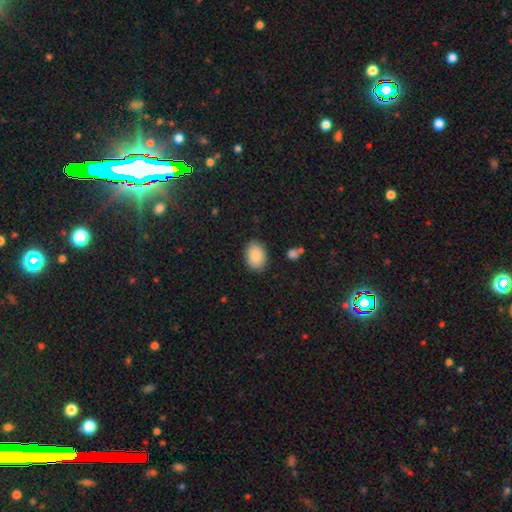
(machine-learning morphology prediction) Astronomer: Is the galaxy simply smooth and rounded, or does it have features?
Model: smooth — 88%.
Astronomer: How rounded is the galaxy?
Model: in between — 76%.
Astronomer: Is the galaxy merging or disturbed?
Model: none — 85%.